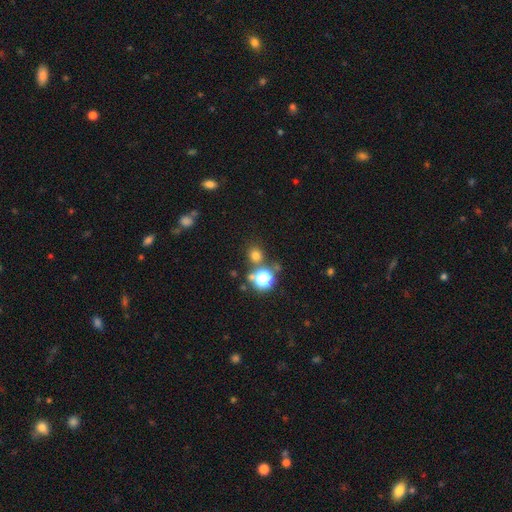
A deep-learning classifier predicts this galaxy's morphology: A star or artifact, not a galaxy (45%).

Vote fractions:
- Smooth or featured? star or artifact: 45% / smooth: 43% / featured or disk: 13%